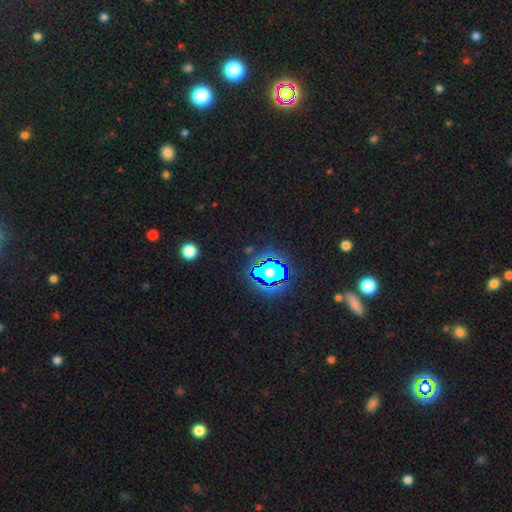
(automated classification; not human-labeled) Smooth or featured? Predicted: star or artifact (p=0.81).